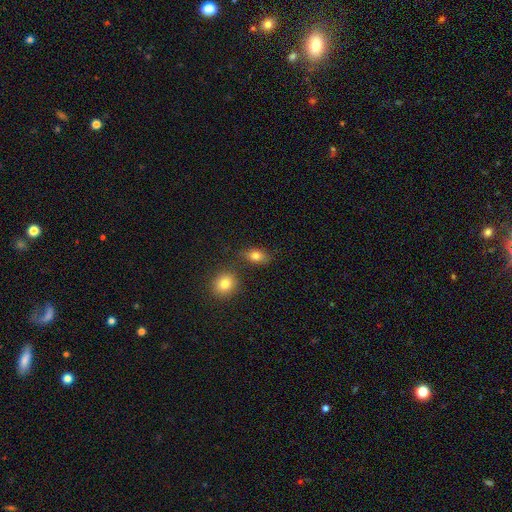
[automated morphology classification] Overall: smooth (79%). How rounded: in between (77%). Merging: none (75%).